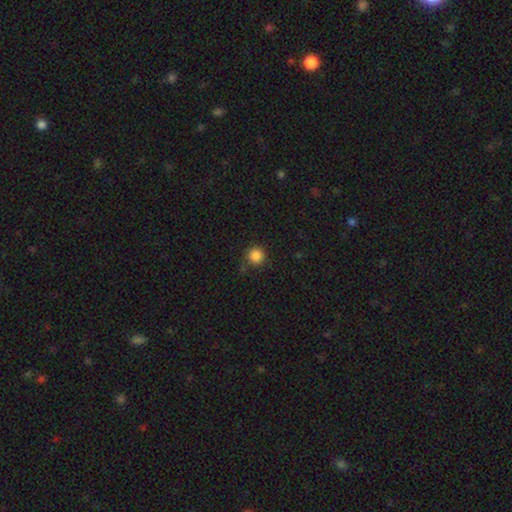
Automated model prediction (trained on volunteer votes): Smooth or featured? smooth (85%)
How rounded? round (95%)
Merging? none (80%)